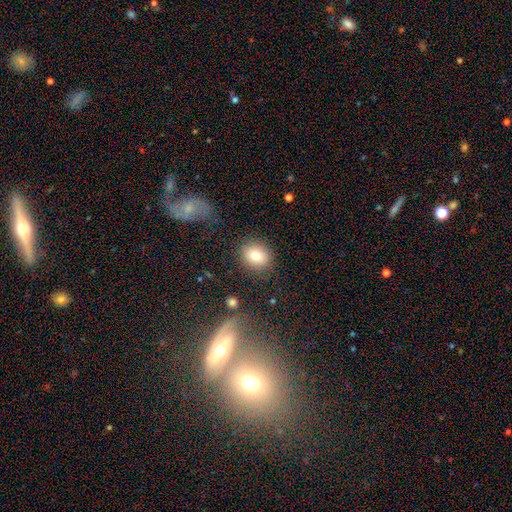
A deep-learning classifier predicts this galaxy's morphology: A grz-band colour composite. It shows a smooth galaxy with no disk features (81%) that is round (62%). Merging: none (84%).